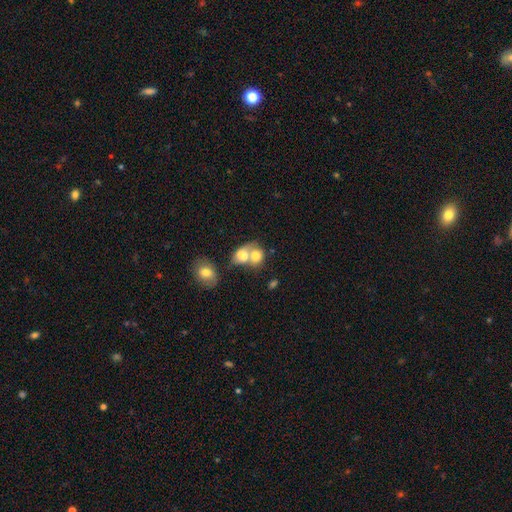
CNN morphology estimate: smooth_or_featured: smooth (p=0.73) [alt: featured or disk p=0.18]
how_rounded: round (p=0.51) [alt: in between p=0.48]
merging: merger (p=0.70) [alt: none p=0.18]